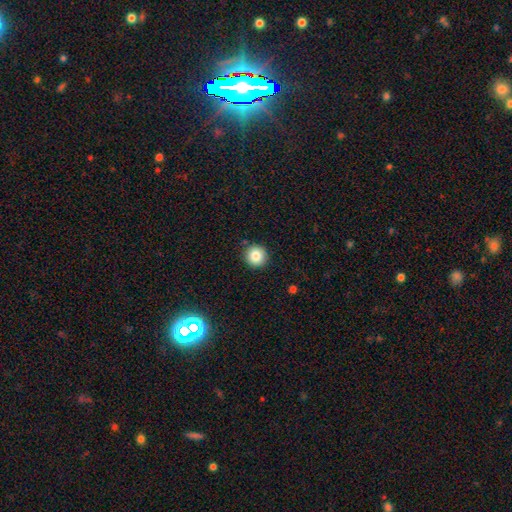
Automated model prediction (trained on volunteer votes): Smooth or featured?
  - smooth: 84% *
  - star or artifact: 10%
  - featured or disk: 6%
How rounded?
  - round: 94% *
  - in between: 5%
  - cigar-shaped: 1%
Merging?
  - none: 90% *
  - minor disturbance: 7%
  - major disturbance: 2%
  - merger: 2%